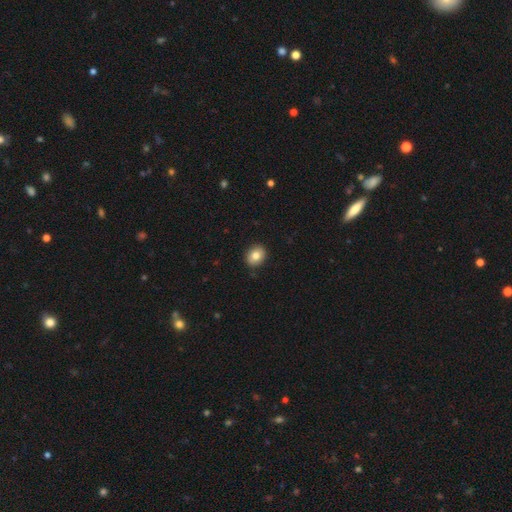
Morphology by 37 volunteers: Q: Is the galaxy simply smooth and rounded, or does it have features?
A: smooth — 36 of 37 (97%).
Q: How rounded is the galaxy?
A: in between — 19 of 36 (53%).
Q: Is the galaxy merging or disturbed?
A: none — 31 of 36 (86%).